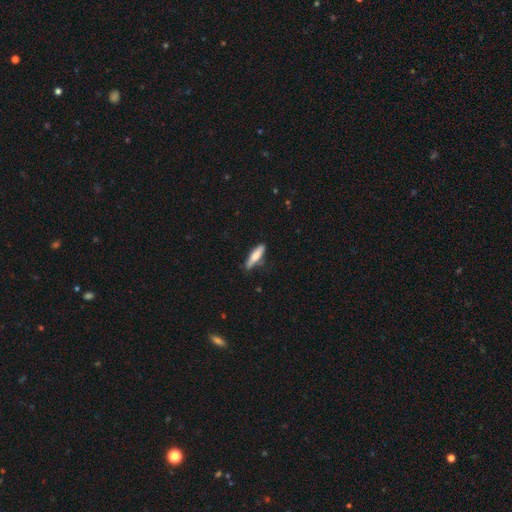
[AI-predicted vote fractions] Smooth or featured? smooth (68%)
How rounded? cigar-shaped (73%)
Merging? none (76%)